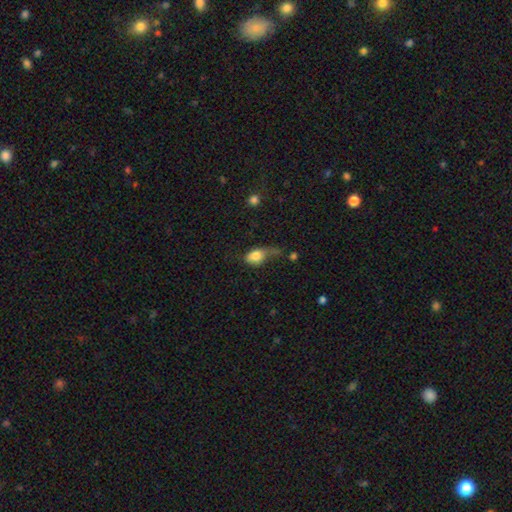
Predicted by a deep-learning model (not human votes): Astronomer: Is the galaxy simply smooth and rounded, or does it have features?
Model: smooth — 78%.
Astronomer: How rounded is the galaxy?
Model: in between — 73%.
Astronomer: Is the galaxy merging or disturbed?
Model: major disturbance — 37% (runner-up: minor disturbance, 28%).